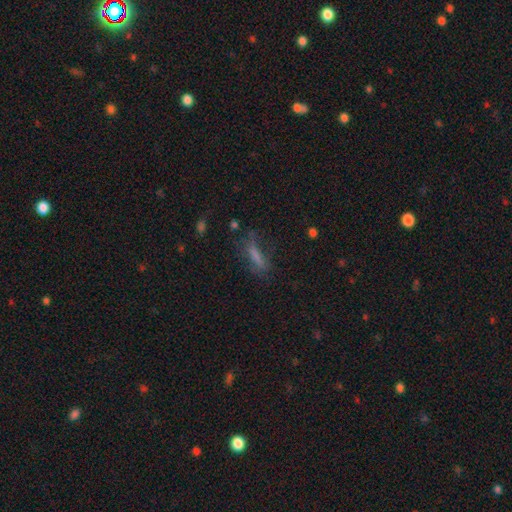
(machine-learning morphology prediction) smooth 57%, featured or disk 24%, star or artifact 18%. Down the decision tree: how rounded — cigar-shaped (72%); merging — none (60%).